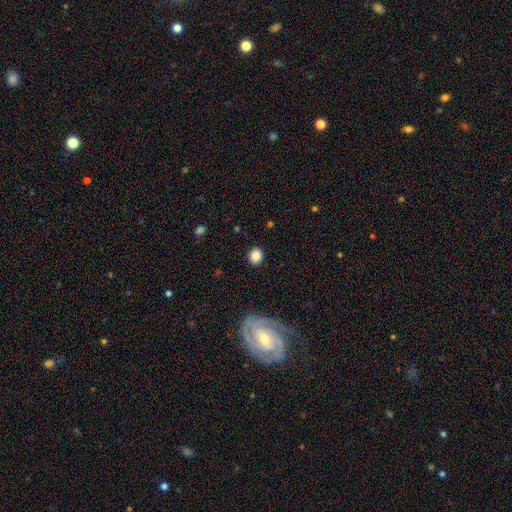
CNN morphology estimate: Smooth or featured?
  - smooth: 85% *
  - star or artifact: 10%
  - featured or disk: 5%
How rounded?
  - round: 75% *
  - in between: 24%
  - cigar-shaped: 1%
Merging?
  - none: 90% *
  - minor disturbance: 7%
  - major disturbance: 2%
  - merger: 1%